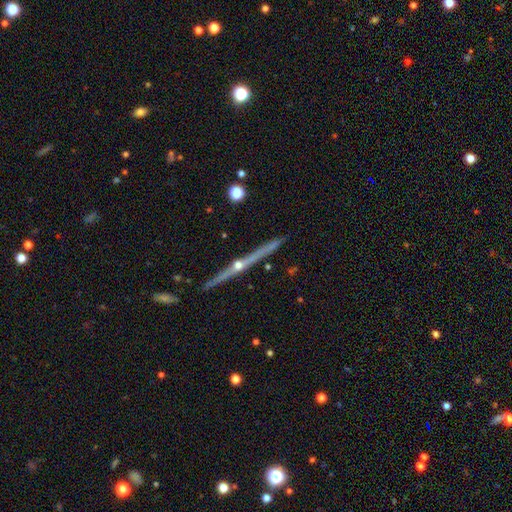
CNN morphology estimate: smooth-or-featured: featured or disk: 87% | smooth: 7% | star or artifact: 6%
  disk-edge-on: yes: 98% | no: 2%
    edge-on-bulge: rounded: 91% | none: 6% | boxy: 3%
  merging: none: 90% | minor disturbance: 6% | merger: 2% | major disturbance: 1%